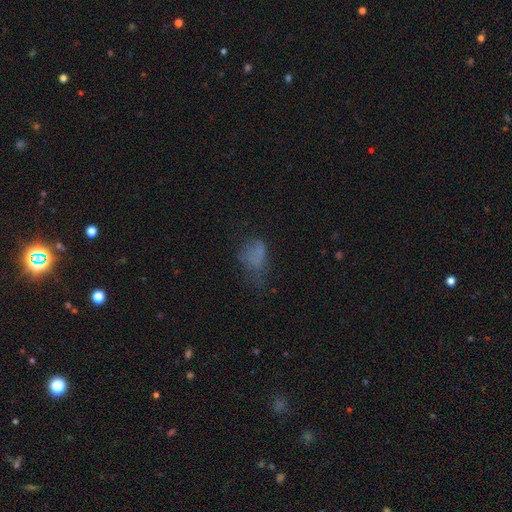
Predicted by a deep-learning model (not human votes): A smooth galaxy with no disk features (58%) that is in between round and cigar-shaped (81%).

Vote fractions:
- Smooth or featured? smooth: 58% / featured or disk: 22% / star or artifact: 20%
- How rounded? in between: 81% / round: 15% / cigar-shaped: 3%
- Merging? major disturbance: 36% / none: 32% / minor disturbance: 27% / merger: 5%